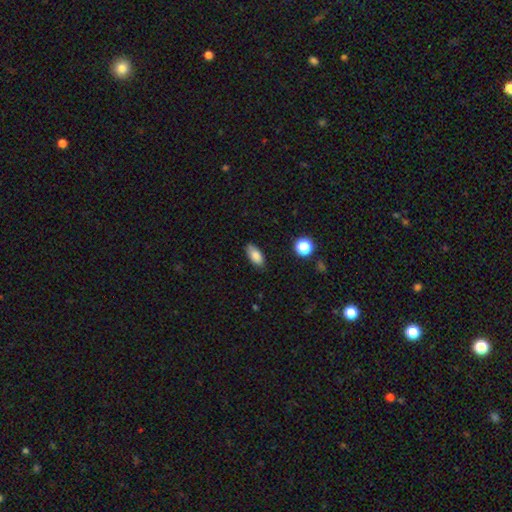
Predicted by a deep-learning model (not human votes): Smooth or featured: smooth — 84% (star or artifact — 9%)
How rounded: in between — 88% (cigar-shaped — 9%)
Merging: none — 84% (minor disturbance — 13%)